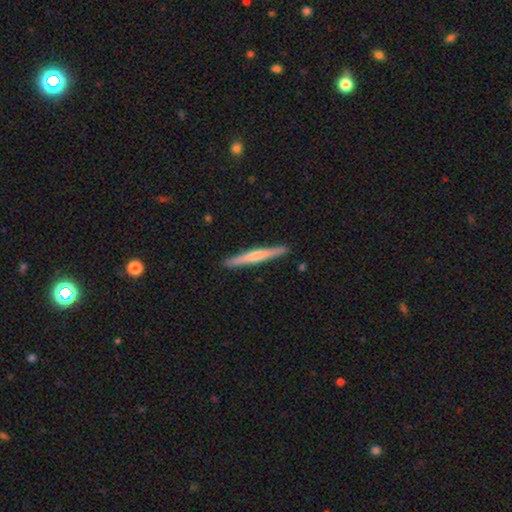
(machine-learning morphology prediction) Smooth or featured? Predicted: smooth (p=0.50). Merging? Predicted: none (p=0.90).